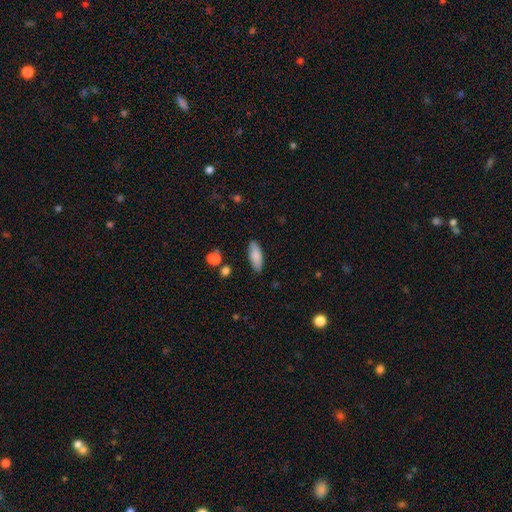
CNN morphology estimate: Q: Smooth or featured?
A: smooth (86%); runner-up: featured or disk (7%)
Q: How rounded?
A: in between (72%); runner-up: cigar-shaped (26%)
Q: Merging?
A: none (85%); runner-up: minor disturbance (11%)